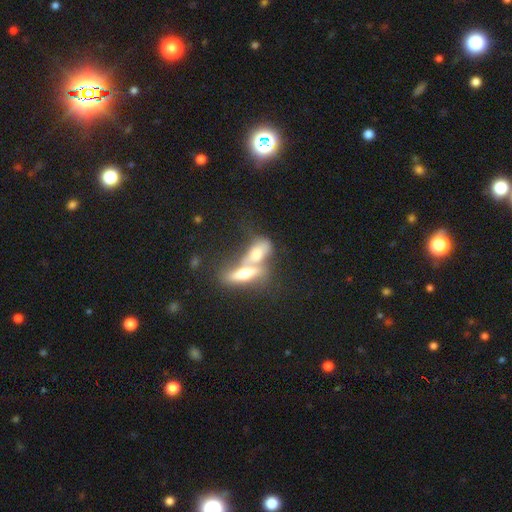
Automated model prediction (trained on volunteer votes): smooth-or-featured: smooth: 45% (tied) | featured or disk: 45% (tied) | star or artifact: 10%
  merging: merger: 66% | none: 22% | minor disturbance: 7% | major disturbance: 5%